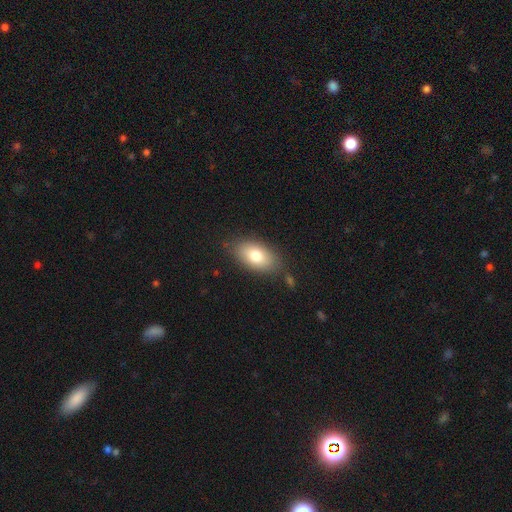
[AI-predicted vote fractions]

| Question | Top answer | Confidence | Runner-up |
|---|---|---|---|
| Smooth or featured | smooth | 77% | featured or disk (15%) |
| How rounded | in between | 91% | round (6%) |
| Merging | none | 78% | minor disturbance (15%) |